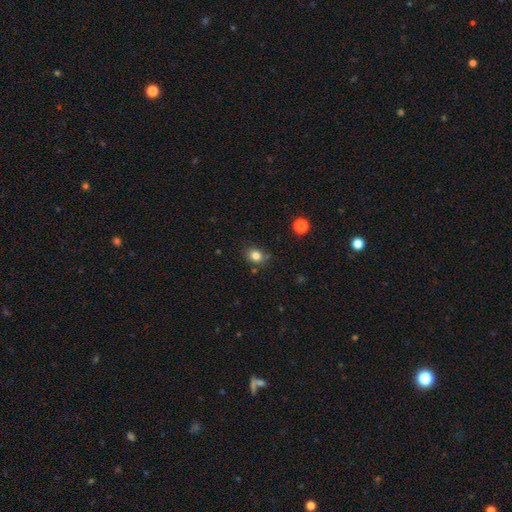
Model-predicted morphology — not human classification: Smooth or featured?
  - smooth: 81% *
  - star or artifact: 12%
  - featured or disk: 7%
How rounded?
  - round: 59% *
  - in between: 40%
  - cigar-shaped: 1%
Merging?
  - none: 72% *
  - minor disturbance: 20%
  - major disturbance: 4%
  - merger: 4%